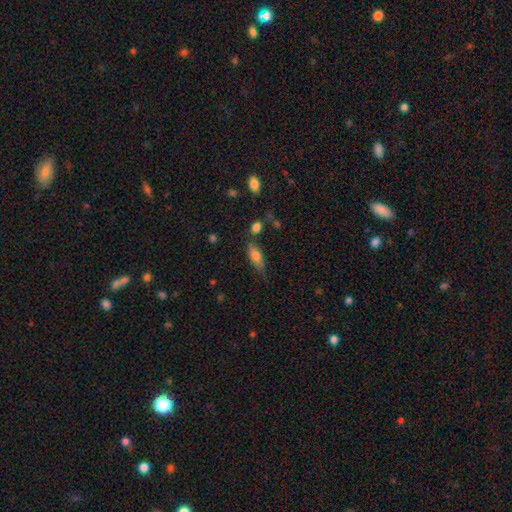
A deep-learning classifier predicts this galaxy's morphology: Smooth or featured?
  - smooth: 72% *
  - featured or disk: 20%
  - star or artifact: 8%
How rounded?
  - in between: 58% *
  - cigar-shaped: 39%
  - round: 3%
Merging?
  - none: 61% *
  - minor disturbance: 24%
  - merger: 7%
  - major disturbance: 7%